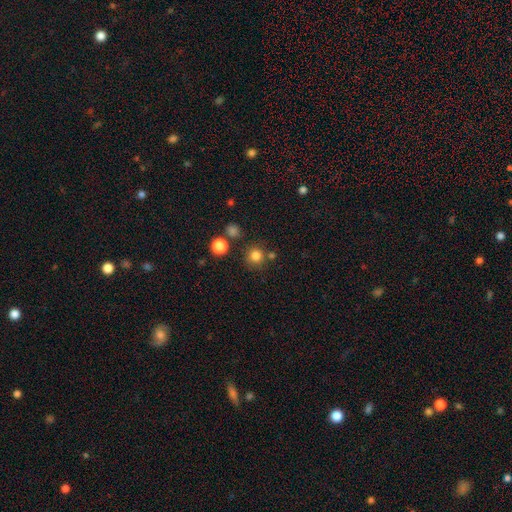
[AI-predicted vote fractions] A smooth galaxy with no disk features (81%) that is round (93%).

Vote fractions:
- Smooth or featured? smooth: 81% / star or artifact: 14% / featured or disk: 5%
- How rounded? round: 93% / in between: 6% / cigar-shaped: 1%
- Merging? none: 79% / minor disturbance: 9% / merger: 9% / major disturbance: 3%